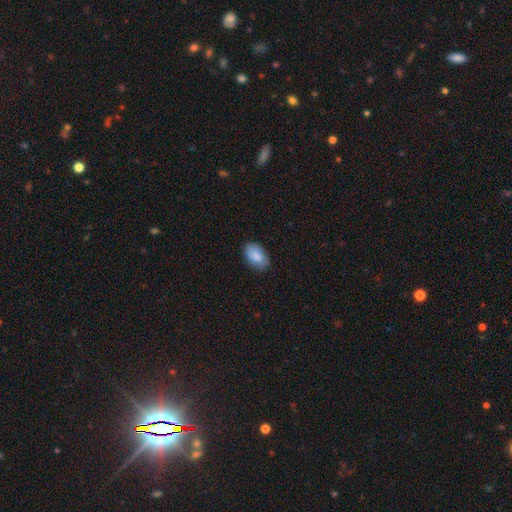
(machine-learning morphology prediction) smooth_or_featured: smooth (p=0.87) [alt: star or artifact p=0.06]
how_rounded: in between (p=0.93) [alt: round p=0.06]
merging: none (p=0.79) [alt: minor disturbance p=0.17]